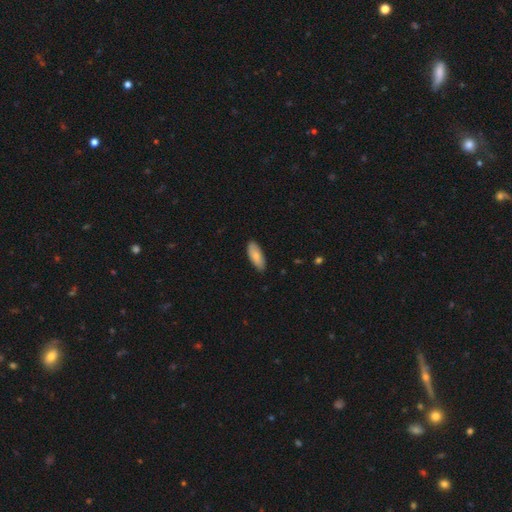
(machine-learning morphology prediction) smooth 82%, featured or disk 13%, star or artifact 6%. Down the decision tree: how rounded — in between (78%); merging — none (86%).